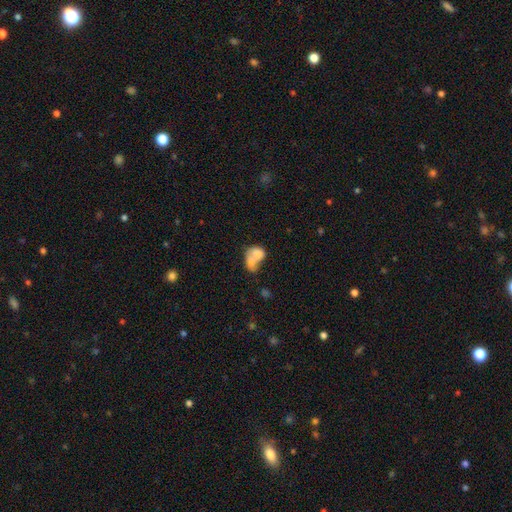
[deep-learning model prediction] Q: Smooth or featured?
A: smooth (69%); runner-up: featured or disk (23%)
Q: How rounded?
A: in between (63%); runner-up: round (35%)
Q: Merging?
A: merger (74%); runner-up: none (13%)